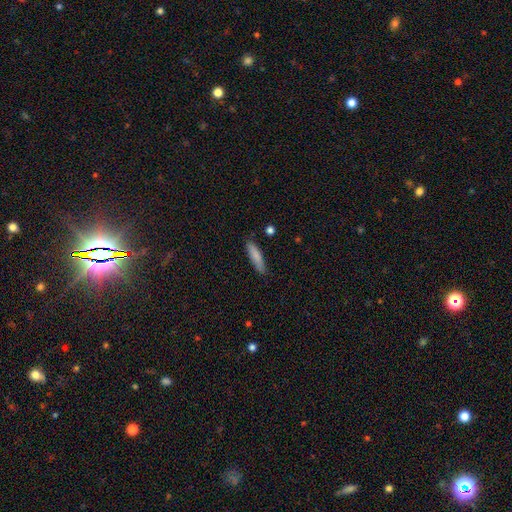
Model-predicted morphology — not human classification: type=smooth (81%); roundness=cigar-shaped (76%); merging=none (84%).